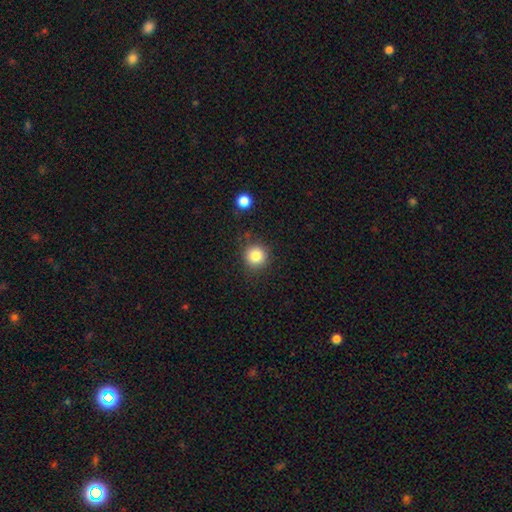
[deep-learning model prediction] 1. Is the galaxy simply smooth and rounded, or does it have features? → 83% smooth, 11% star or artifact, 6% featured or disk.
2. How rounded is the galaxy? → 93% round, 6% in between, 1% cigar-shaped.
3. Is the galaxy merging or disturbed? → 85% none, 9% minor disturbance, 3% major disturbance, 3% merger.